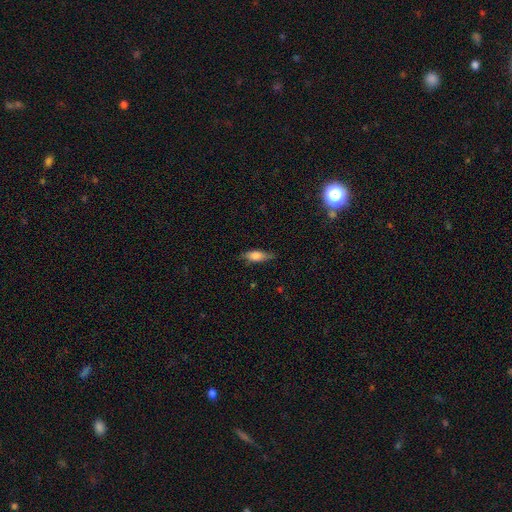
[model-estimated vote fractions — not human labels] This is likely a smooth galaxy (73%). How rounded: likely in between (64%). Merging: likely none (76%).